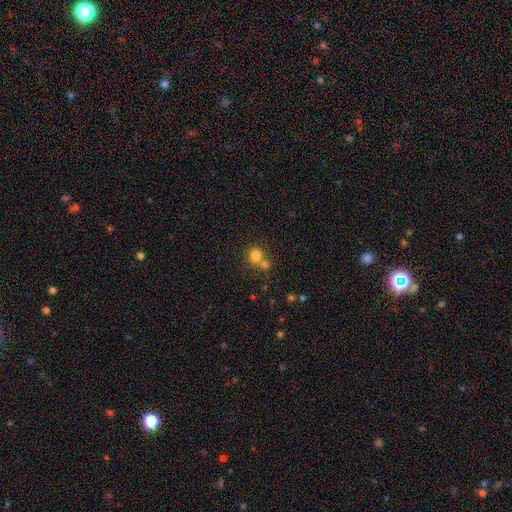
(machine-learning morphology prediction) This is likely a smooth galaxy (79%). How rounded: clearly round (86%). Merging: possibly none (46%).